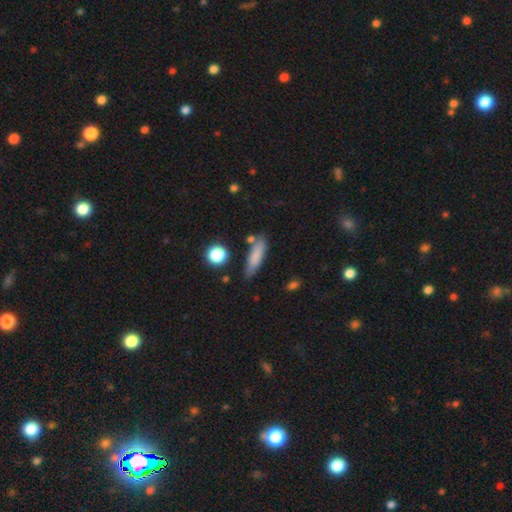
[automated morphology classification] Smooth or featured?
  - smooth: 79% *
  - featured or disk: 13%
  - star or artifact: 8%
How rounded?
  - cigar-shaped: 63% *
  - in between: 35%
  - round: 3%
Merging?
  - none: 75% *
  - minor disturbance: 16%
  - merger: 6%
  - major disturbance: 4%